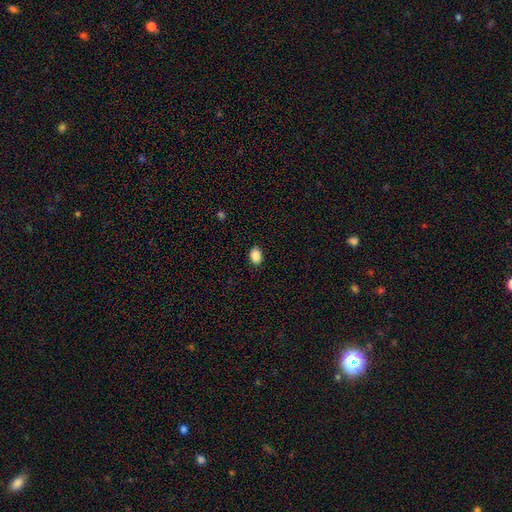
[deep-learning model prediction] Q: Smooth or featured?
A: smooth (88%); runner-up: star or artifact (9%)
Q: How rounded?
A: in between (74%); runner-up: round (25%)
Q: Merging?
A: none (89%); runner-up: minor disturbance (8%)